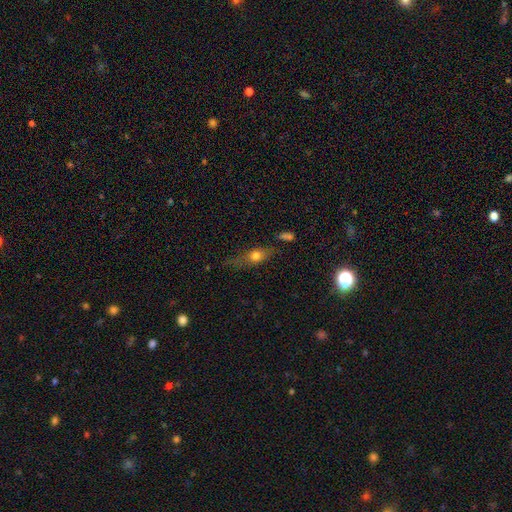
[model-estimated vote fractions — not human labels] smooth 59%, featured or disk 29%, star or artifact 12%. Down the decision tree: how rounded — in between (51%); merging — none (59%).